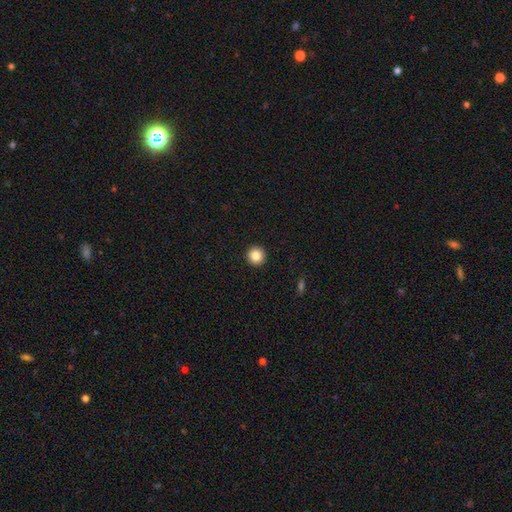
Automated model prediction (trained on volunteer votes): smooth 85%, star or artifact 10%, featured or disk 5%. Down the decision tree: how rounded — round (96%); merging — none (94%).